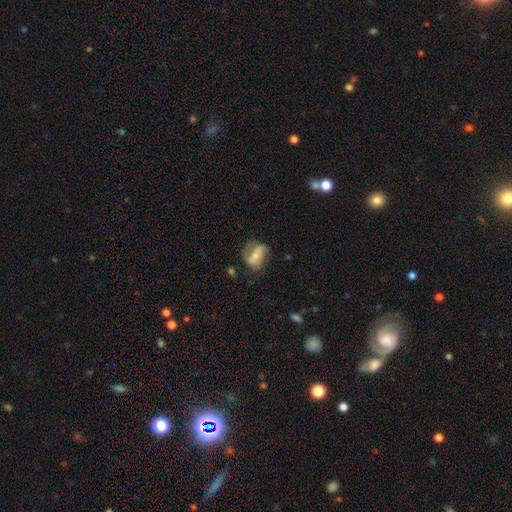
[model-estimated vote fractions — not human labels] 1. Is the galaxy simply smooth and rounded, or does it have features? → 52% featured or disk, 40% smooth, 8% star or artifact.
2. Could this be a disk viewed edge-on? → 95% no, 5% yes.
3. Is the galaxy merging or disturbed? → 47% none, 29% minor disturbance, 21% major disturbance, 3% merger.